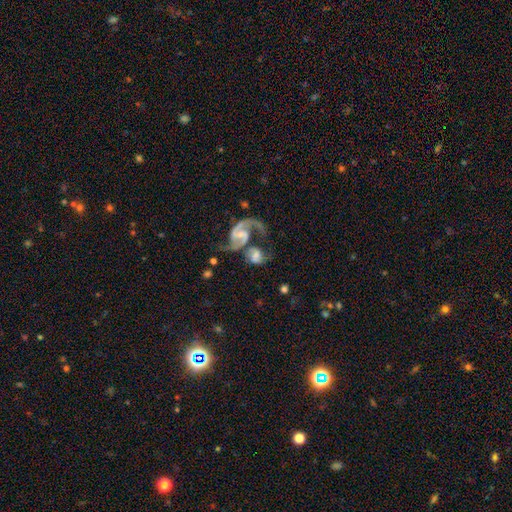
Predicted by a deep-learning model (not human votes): This appears to be a featured or disk galaxy (73%) with a weak bar (43%), 2 (78%) loose (54%) spiral arms (91%) and a small central bulge (43%). Merging: merger (51%).